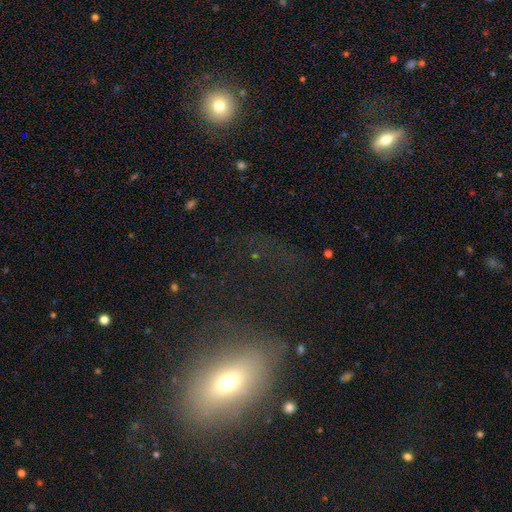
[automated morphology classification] A star or artifact, not a galaxy (59%).